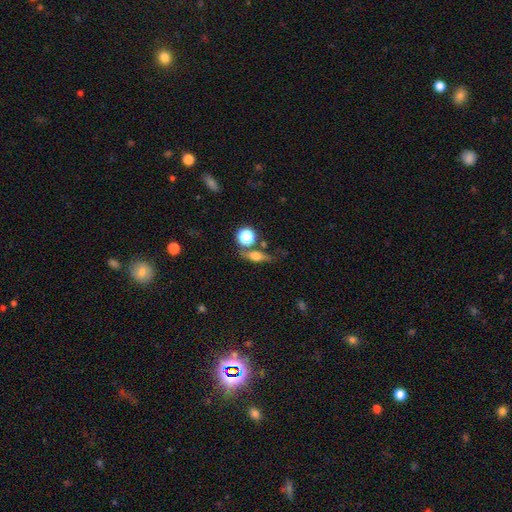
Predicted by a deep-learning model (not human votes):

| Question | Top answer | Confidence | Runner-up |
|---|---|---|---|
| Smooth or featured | smooth | 48% | featured or disk (38%) |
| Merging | none | 65% | minor disturbance (16%) |